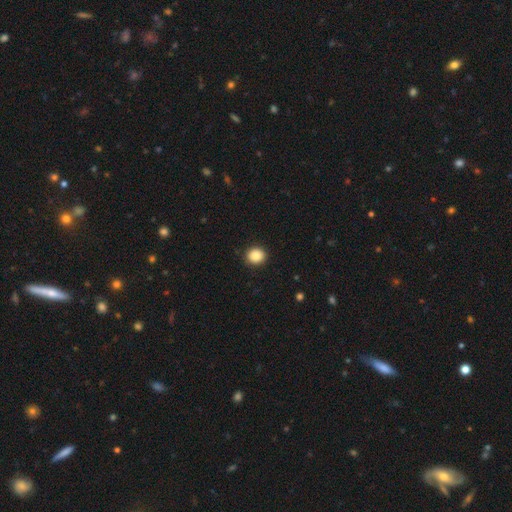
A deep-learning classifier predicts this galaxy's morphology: The model was most divided on "how rounded": round: 80%, in between: 19%, cigar-shaped: 1%. More confident: merging — none (90%); smooth or featured — smooth (88%).